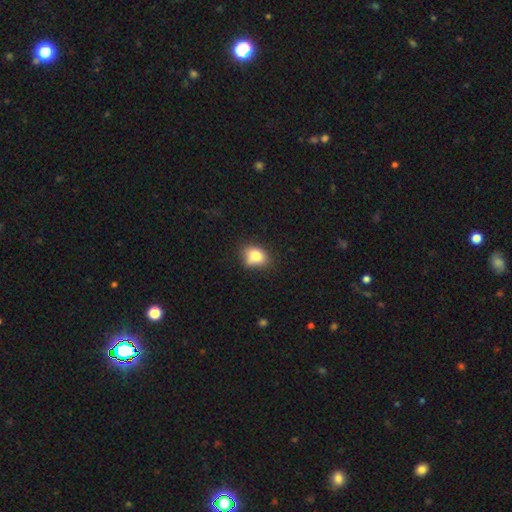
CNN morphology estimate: This appears to be a smooth galaxy with no disk features (79%) that is in between round and cigar-shaped (59%). Merging: none (61%).